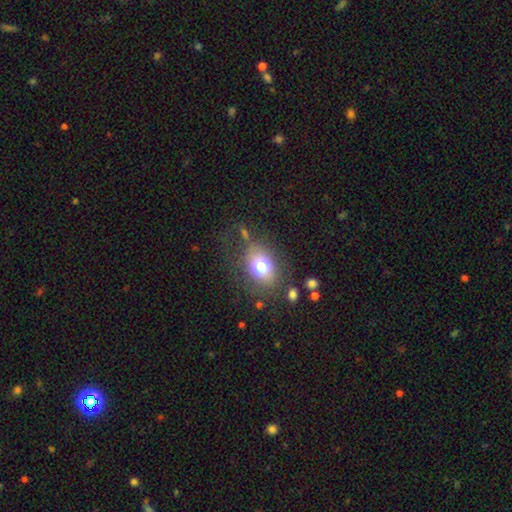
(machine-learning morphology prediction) Smooth or featured? Predicted: smooth (p=0.72). How rounded? Predicted: in between (p=0.66). Merging? Predicted: none (p=0.69).